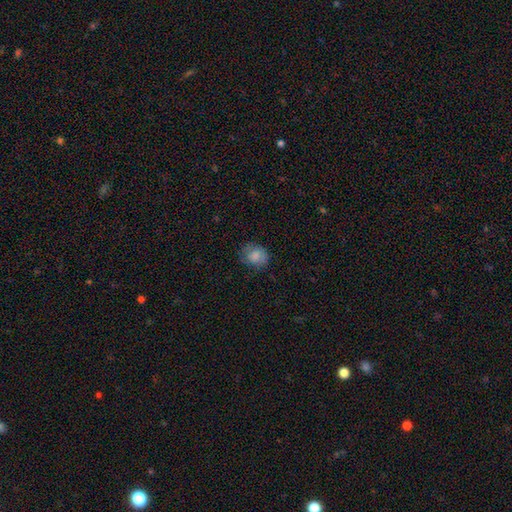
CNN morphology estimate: Q: Smooth or featured?
A: smooth (81%); runner-up: featured or disk (11%)
Q: How rounded?
A: round (63%); runner-up: in between (36%)
Q: Merging?
A: none (70%); runner-up: minor disturbance (21%)